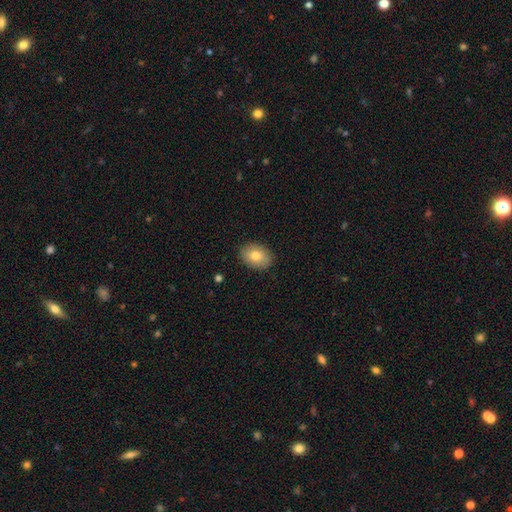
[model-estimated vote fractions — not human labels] smooth-or-featured: smooth: 80% | featured or disk: 13% | star or artifact: 7%
  how-rounded: in between: 73% | round: 26% | cigar-shaped: 1%
  merging: none: 88% | minor disturbance: 9% | major disturbance: 2% | merger: 1%